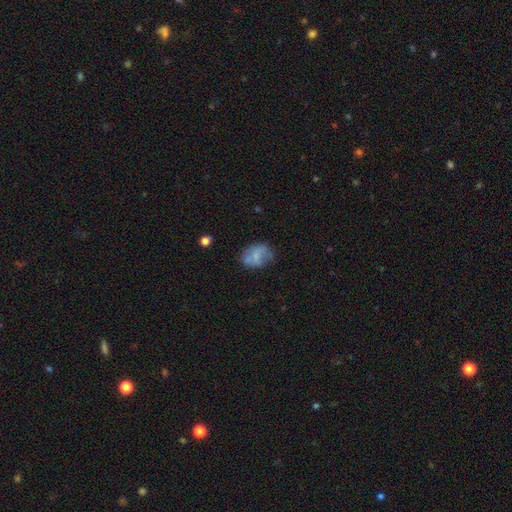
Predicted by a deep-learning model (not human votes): Smooth or featured: smooth — 57% (featured or disk — 33%)
How rounded: in between — 73% (round — 25%)
Merging: none — 52% (minor disturbance — 27%)